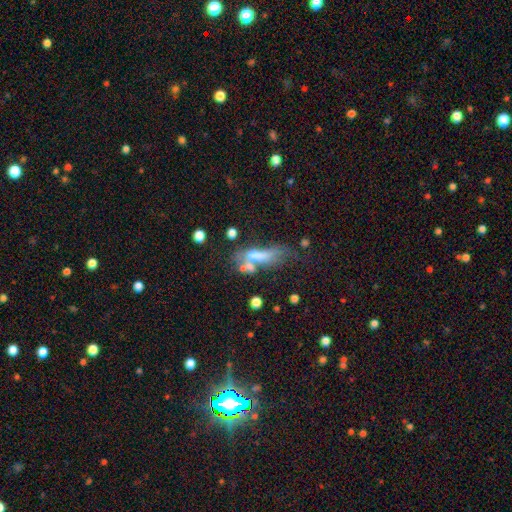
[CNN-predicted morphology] Smooth or featured: smooth — 46% (featured or disk — 39%)
Merging: merger — 37% (major disturbance — 31%)